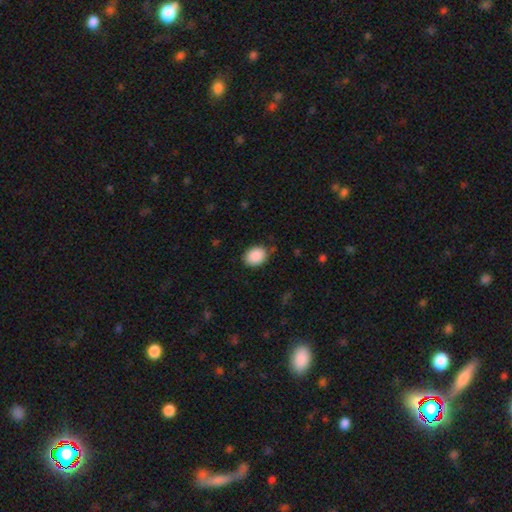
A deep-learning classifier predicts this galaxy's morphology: Overall: smooth (90%). How rounded: in between (66%; round 33%). Merging: none (81%).